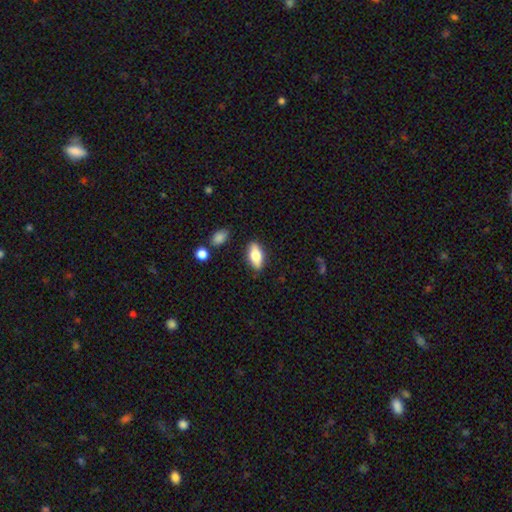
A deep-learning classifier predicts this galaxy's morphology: smooth_or_featured: smooth (p=0.70) [alt: featured or disk p=0.23]
how_rounded: in between (p=0.80) [alt: cigar-shaped p=0.17]
merging: none (p=0.85) [alt: minor disturbance p=0.10]